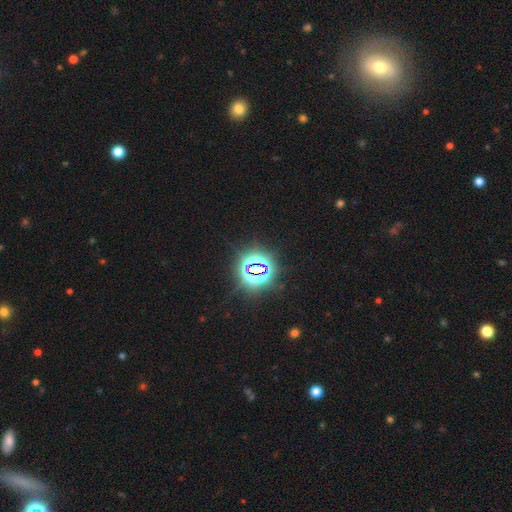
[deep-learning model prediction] Smooth or featured: star or artifact — 81% (smooth — 12%)